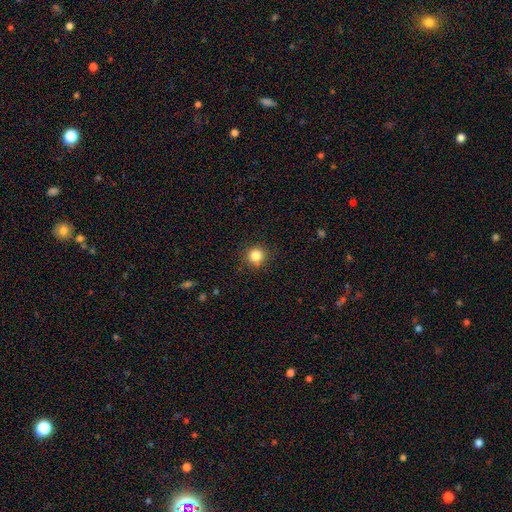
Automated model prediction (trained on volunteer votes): A smooth galaxy with no disk features (83%) that is round (92%). Merging: none (90%).